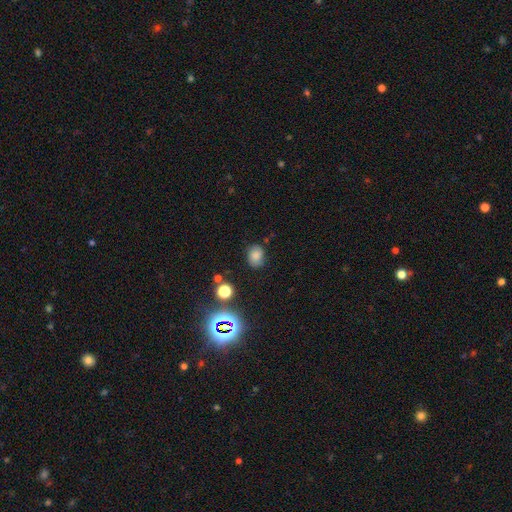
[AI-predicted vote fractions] This is likely a smooth galaxy (72%). How rounded: possibly in between (53%). Merging: likely none (75%).